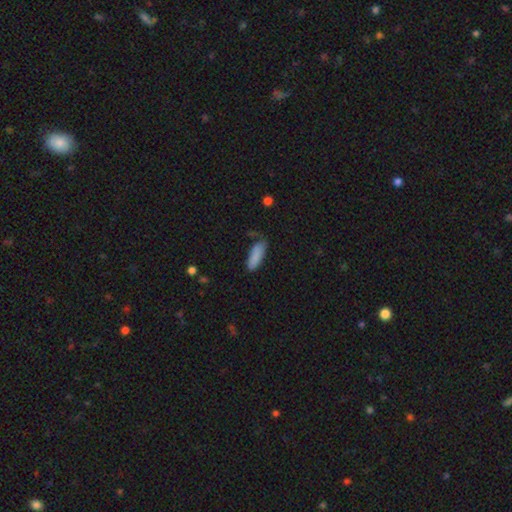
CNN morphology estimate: This is clearly a smooth galaxy (87%). How rounded: possibly in between (54%). Merging: likely none (63%).